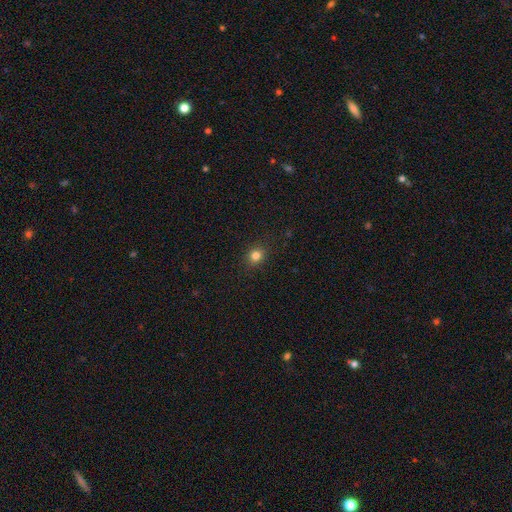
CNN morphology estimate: type=smooth (81%); roundness=round (76%); merging=none (89%).